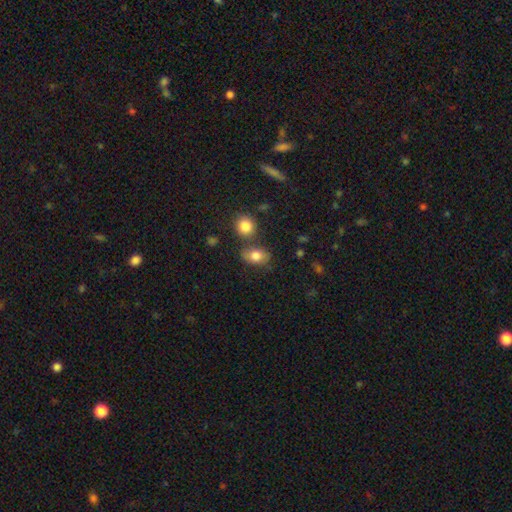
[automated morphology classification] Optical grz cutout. It shows a smooth galaxy with no disk features (80%) that is in between round and cigar-shaped (78%). Merging: none (69%).